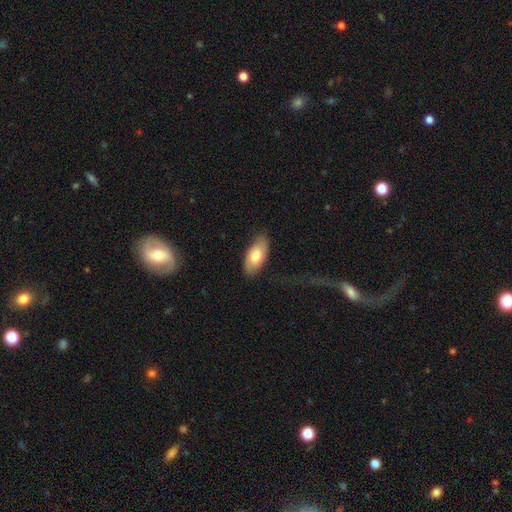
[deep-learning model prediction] The model was most divided on "smooth or featured": smooth: 73%, featured or disk: 21%, star or artifact: 6%. More confident: how rounded — in between (92%); merging — none (79%).